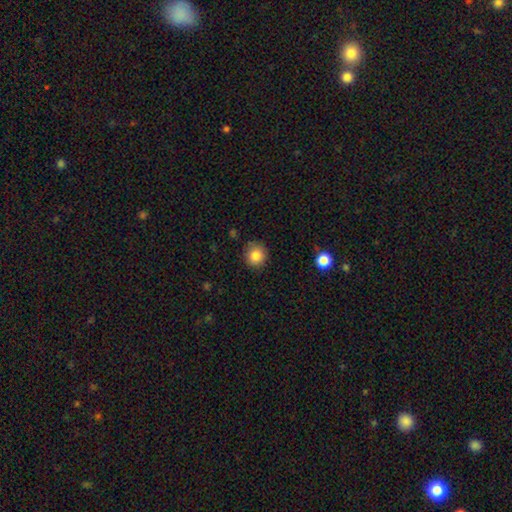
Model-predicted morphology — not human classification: Smooth or featured? Predicted: smooth (p=0.84). How rounded? Predicted: round (p=0.90). Merging? Predicted: none (p=0.86).